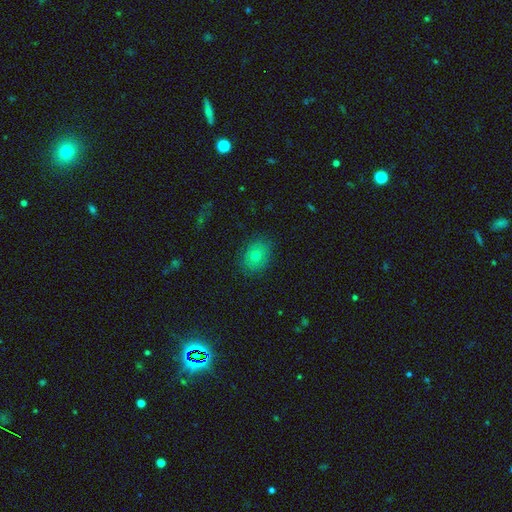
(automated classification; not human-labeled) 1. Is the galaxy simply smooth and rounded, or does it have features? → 70% smooth, 15% featured or disk, 15% star or artifact.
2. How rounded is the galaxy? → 62% in between, 37% round, 1% cigar-shaped.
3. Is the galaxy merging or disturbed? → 85% none, 11% minor disturbance, 3% major disturbance, 1% merger.